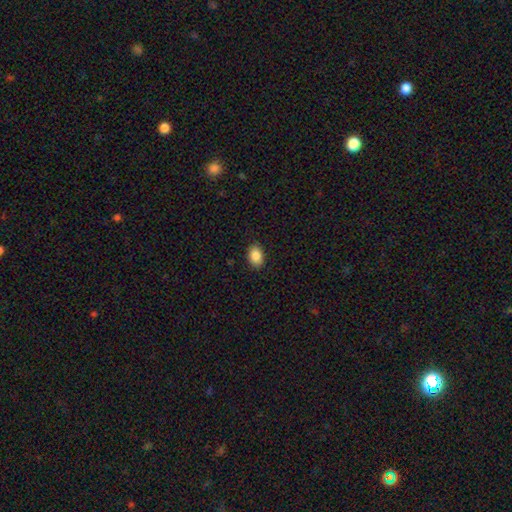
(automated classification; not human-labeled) smooth 88%, star or artifact 8%, featured or disk 4%. Down the decision tree: how rounded — in between (85%); merging — none (88%).